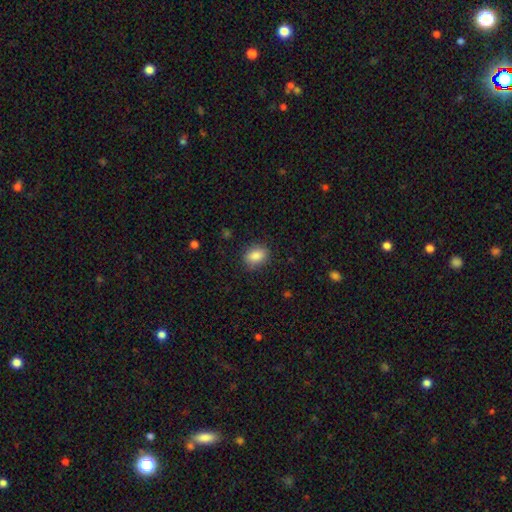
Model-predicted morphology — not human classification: Smooth or featured: smooth — 87% (star or artifact — 8%)
How rounded: in between — 73% (round — 26%)
Merging: none — 84% (minor disturbance — 12%)